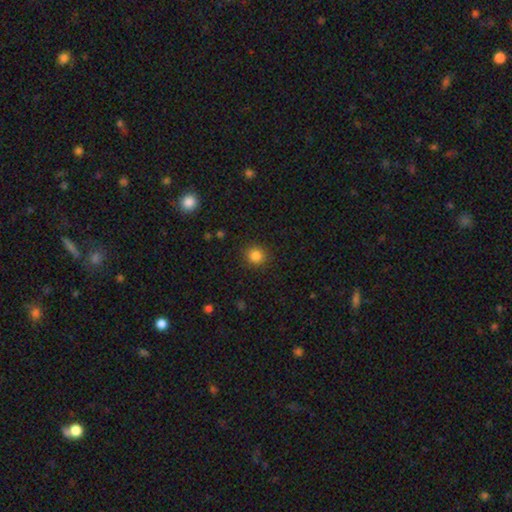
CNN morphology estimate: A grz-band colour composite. It shows a smooth galaxy with no disk features (85%) that is round (89%). Merging: none (90%).